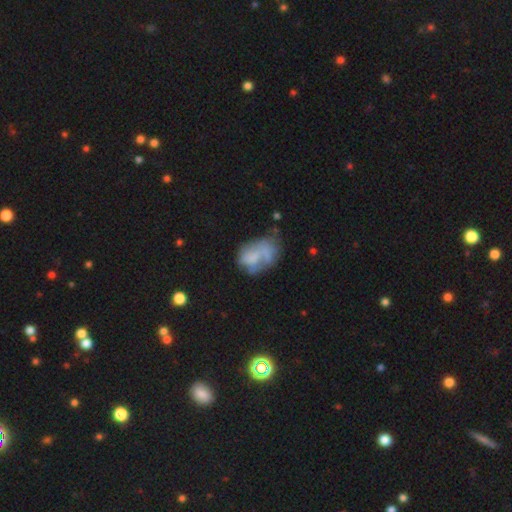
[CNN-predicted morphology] smooth_or_featured: smooth (p=0.50) [alt: featured or disk p=0.40]
how_rounded: in between (p=0.81) [alt: round p=0.17]
merging: none (p=0.32) [alt: major disturbance p=0.28]